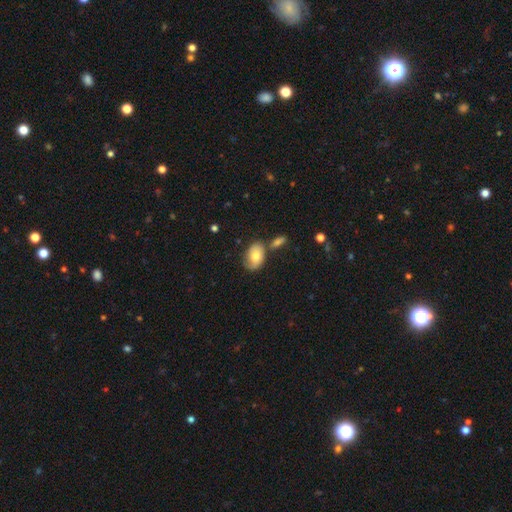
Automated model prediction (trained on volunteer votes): Overall: smooth (70%). How rounded: in between (86%). Merging: none (55%; minor disturbance 22%).